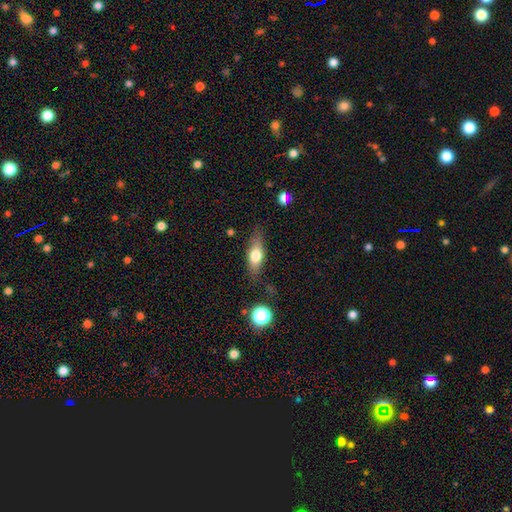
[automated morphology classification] Smooth or featured?
  - smooth: 64% *
  - featured or disk: 28%
  - star or artifact: 8%
How rounded?
  - in between: 64% *
  - cigar-shaped: 30%
  - round: 6%
Merging?
  - none: 75% *
  - minor disturbance: 17%
  - major disturbance: 5%
  - merger: 3%